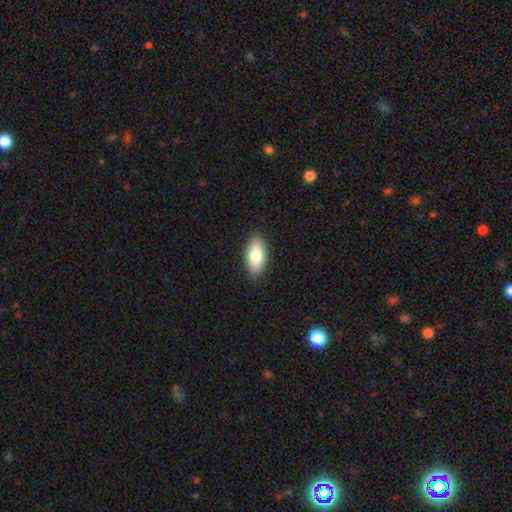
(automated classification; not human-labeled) Smooth or featured: smooth — 79% (featured or disk — 15%)
How rounded: in between — 86% (cigar-shaped — 11%)
Merging: none — 89% (minor disturbance — 8%)